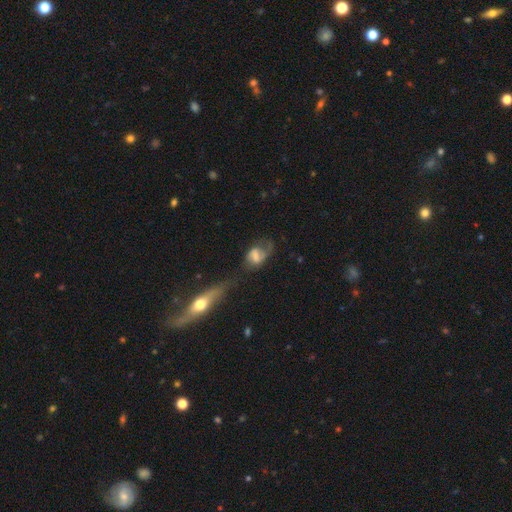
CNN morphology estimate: Q: Smooth or featured?
A: featured or disk (48%); runner-up: smooth (42%)
Q: Merging?
A: major disturbance (32%); runner-up: none (29%)